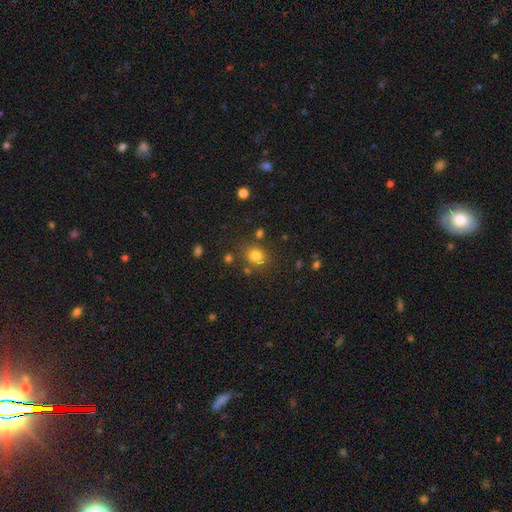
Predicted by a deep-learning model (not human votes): smooth_or_featured: smooth (p=0.78) [alt: star or artifact p=0.14]
how_rounded: round (p=0.68) [alt: in between p=0.31]
merging: none (p=0.77) [alt: minor disturbance p=0.12]